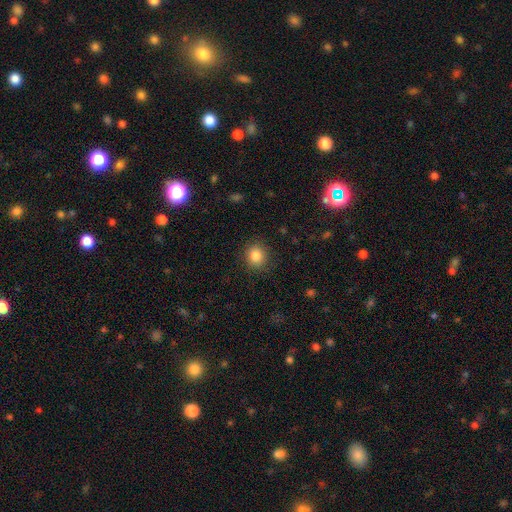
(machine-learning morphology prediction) type=smooth (85%); roundness=round (83%); merging=none (87%).